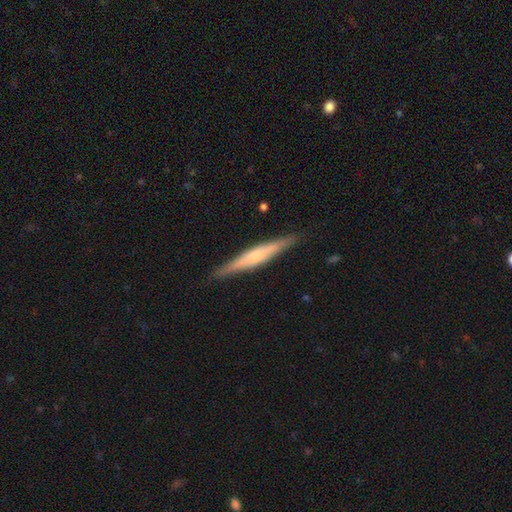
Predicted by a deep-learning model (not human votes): The model was most divided on "smooth or featured": featured or disk: 58%, smooth: 37%, star or artifact: 6%. More confident: edge-on disk — yes (96%); merging — none (89%); edge-on bulge — rounded (63%).